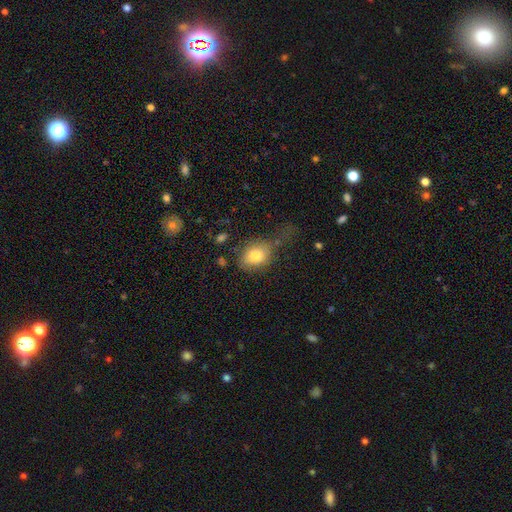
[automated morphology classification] Smooth or featured: smooth — 80% (featured or disk — 11%)
How rounded: in between — 57% (round — 42%)
Merging: none — 49% (minor disturbance — 26%)